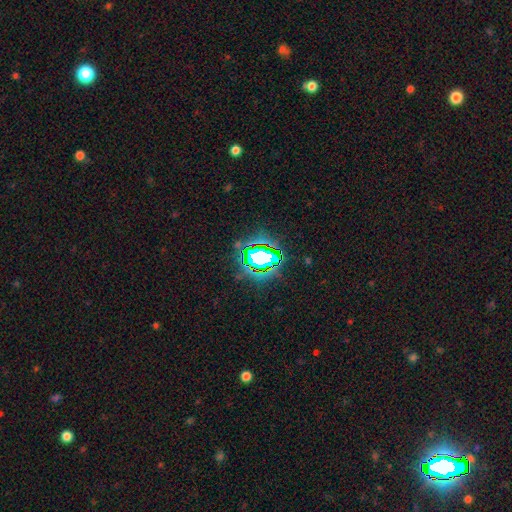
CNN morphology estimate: smooth_or_featured: star or artifact (p=0.77) [alt: smooth p=0.15]